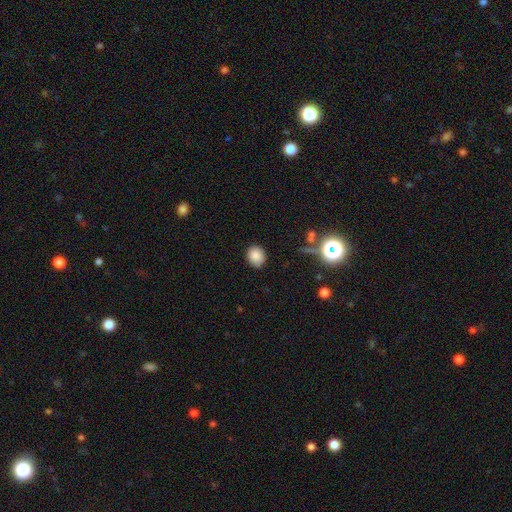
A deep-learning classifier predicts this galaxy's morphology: smooth 83%, star or artifact 11%, featured or disk 5%. Down the decision tree: how rounded — round (73%); merging — none (83%).